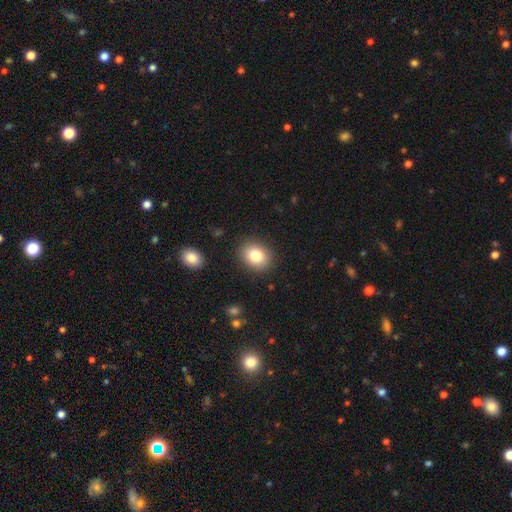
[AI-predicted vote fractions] Smooth or featured?
  - smooth: 81% *
  - star or artifact: 10%
  - featured or disk: 9%
How rounded?
  - round: 50% *
  - in between: 49%
  - cigar-shaped: 1%
Merging?
  - none: 88% *
  - minor disturbance: 8%
  - major disturbance: 3%
  - merger: 1%